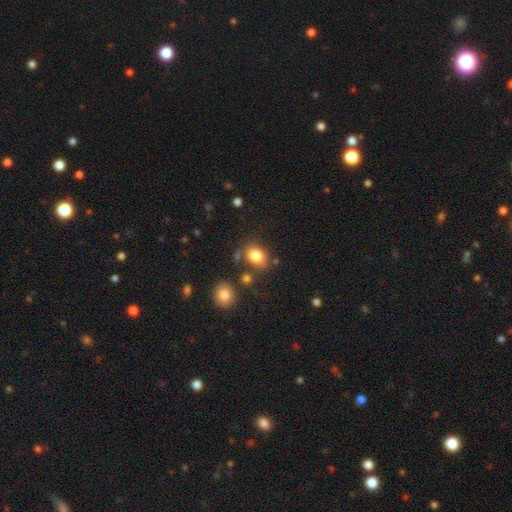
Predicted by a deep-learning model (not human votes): This is clearly a smooth galaxy (82%). How rounded: possibly in between (60%). Merging: likely none (70%).